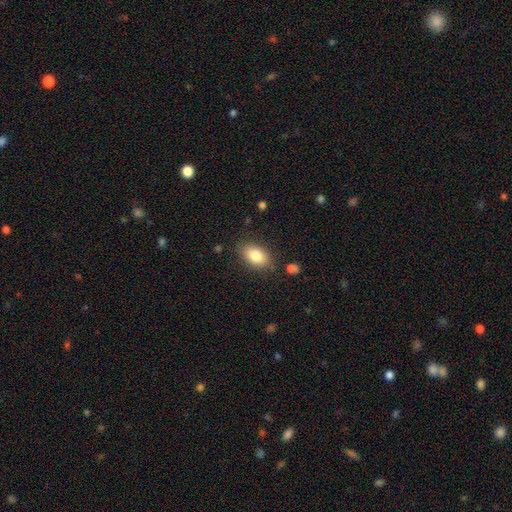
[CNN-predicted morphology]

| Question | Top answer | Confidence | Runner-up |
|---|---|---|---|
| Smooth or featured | smooth | 83% | featured or disk (9%) |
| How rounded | in between | 89% | round (9%) |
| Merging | none | 82% | minor disturbance (12%) |